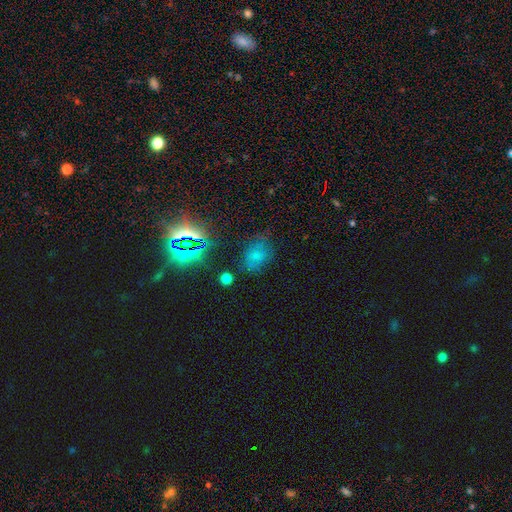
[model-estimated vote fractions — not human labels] smooth_or_featured: star or artifact (p=0.44) [alt: smooth p=0.43]